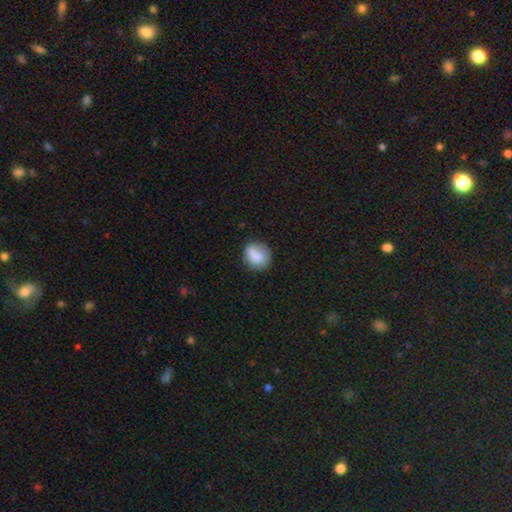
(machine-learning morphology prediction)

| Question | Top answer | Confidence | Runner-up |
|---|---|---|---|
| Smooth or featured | smooth | 80% | featured or disk (12%) |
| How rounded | round | 74% | in between (25%) |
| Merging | none | 72% | minor disturbance (21%) |